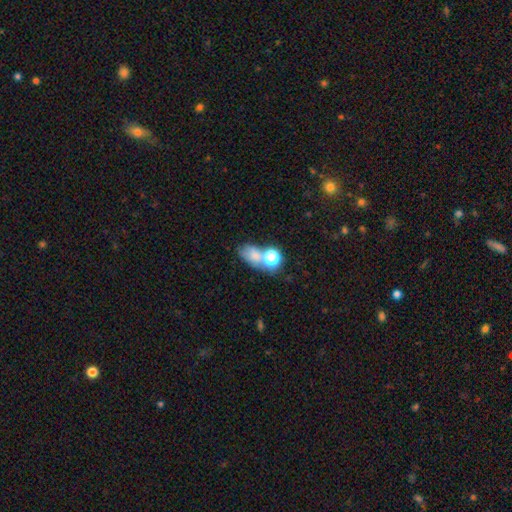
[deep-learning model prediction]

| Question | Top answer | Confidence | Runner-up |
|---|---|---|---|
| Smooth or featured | smooth | 62% | star or artifact (22%) |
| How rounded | in between | 66% | round (32%) |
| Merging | merger | 40% | none (35%) |